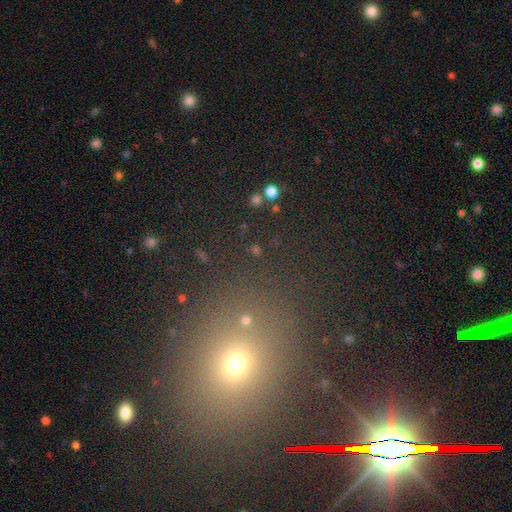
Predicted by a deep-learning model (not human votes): The model was most divided on "smooth or featured": star or artifact: 53%, smooth: 37%, featured or disk: 9%.